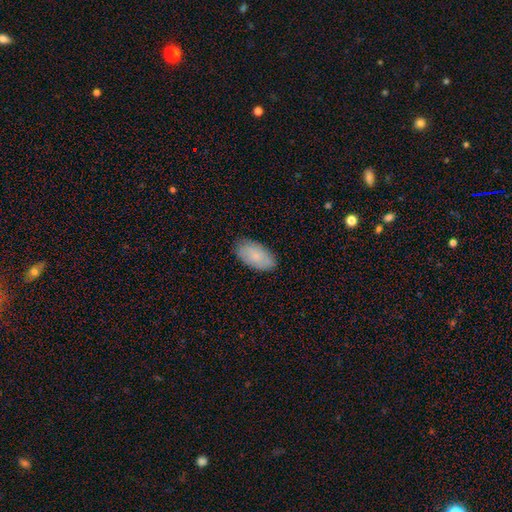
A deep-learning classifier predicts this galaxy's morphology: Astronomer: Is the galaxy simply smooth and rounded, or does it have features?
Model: smooth — 80%.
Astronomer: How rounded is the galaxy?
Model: in between — 95%.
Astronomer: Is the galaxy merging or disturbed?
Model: none — 84%.